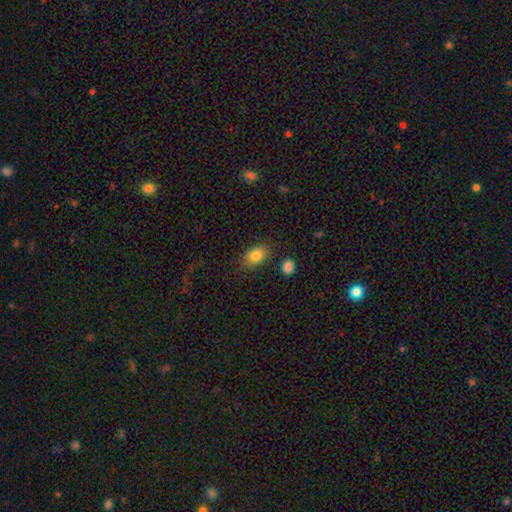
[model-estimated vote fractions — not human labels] Morphology: type=smooth (83%); roundness=in between (83%); merging=none (81%).